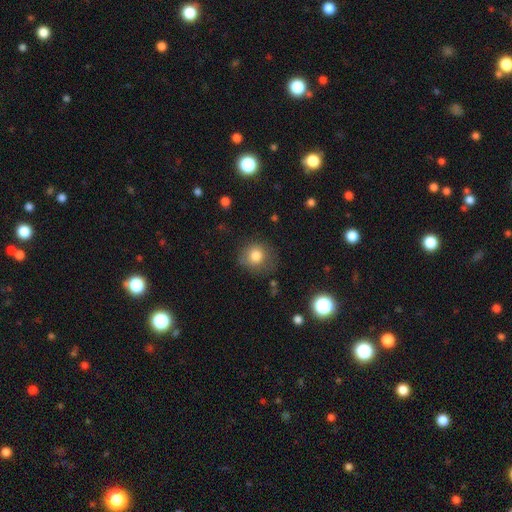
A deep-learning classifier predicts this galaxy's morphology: Overall: smooth (80%). How rounded: round (85%). Merging: none (70%).